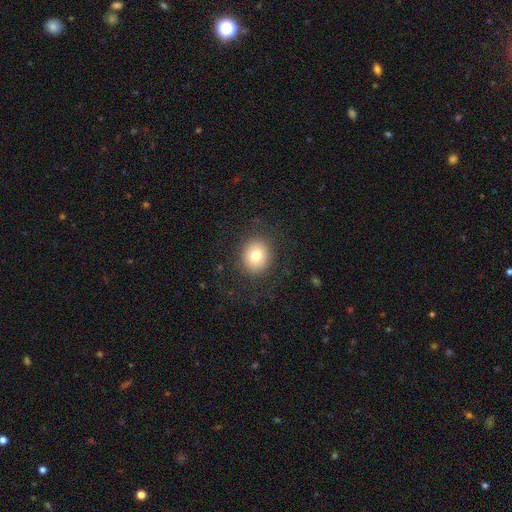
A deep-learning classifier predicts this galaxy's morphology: smooth 76%, featured or disk 13%, star or artifact 11%. Down the decision tree: how rounded — round (78%); merging — none (86%).